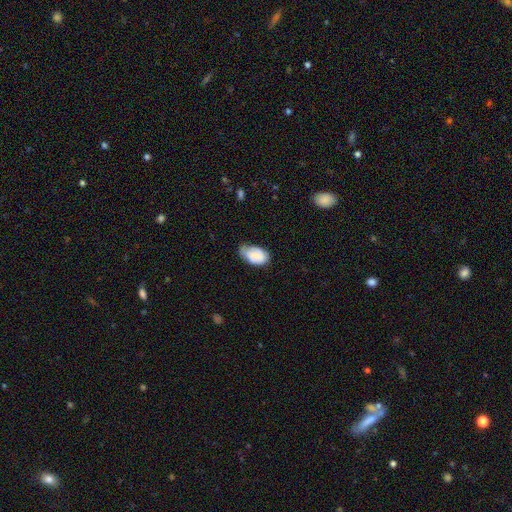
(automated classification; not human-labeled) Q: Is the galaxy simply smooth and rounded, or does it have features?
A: smooth — 76%.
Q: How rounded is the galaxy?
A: in between — 92%.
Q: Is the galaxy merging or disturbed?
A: minor disturbance — 44%.